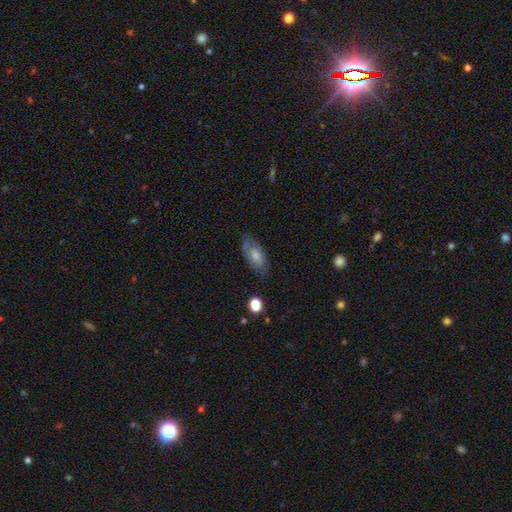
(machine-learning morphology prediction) Q: Smooth or featured?
A: smooth (67%); runner-up: featured or disk (25%)
Q: How rounded?
A: in between (88%); runner-up: cigar-shaped (8%)
Q: Merging?
A: none (64%); runner-up: minor disturbance (24%)